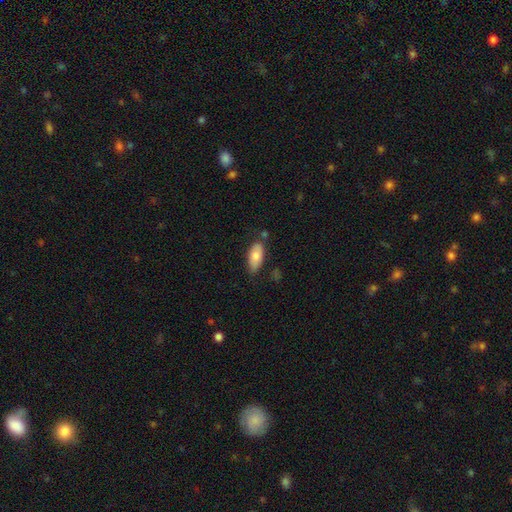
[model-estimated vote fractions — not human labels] A smooth galaxy with no disk features (78%) that is in between round and cigar-shaped (88%).

Vote fractions:
- Smooth or featured? smooth: 78% / featured or disk: 16% / star or artifact: 6%
- How rounded? in between: 88% / cigar-shaped: 9% / round: 2%
- Merging? none: 71% / minor disturbance: 20% / merger: 5% / major disturbance: 4%